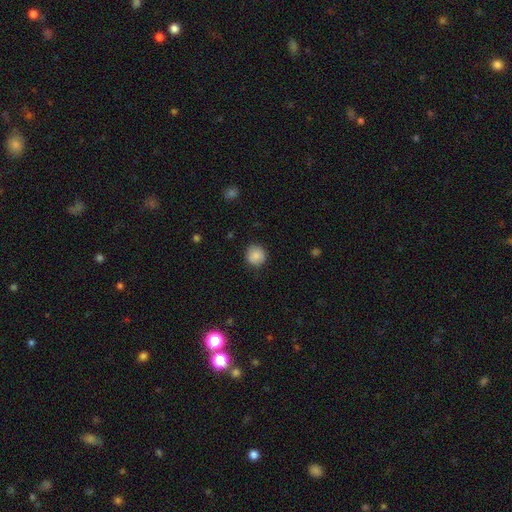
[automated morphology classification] Smooth or featured: smooth — 86% (star or artifact — 8%)
How rounded: round — 91% (in between — 8%)
Merging: none — 86% (minor disturbance — 10%)